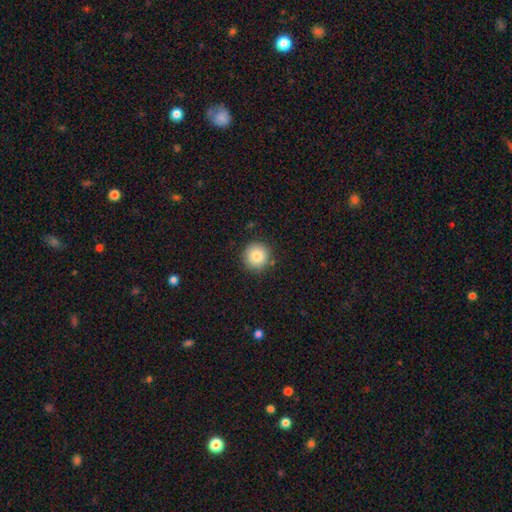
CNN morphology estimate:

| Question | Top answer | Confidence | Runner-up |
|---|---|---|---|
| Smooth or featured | smooth | 84% | star or artifact (10%) |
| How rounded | round | 95% | in between (4%) |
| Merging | none | 89% | minor disturbance (7%) |